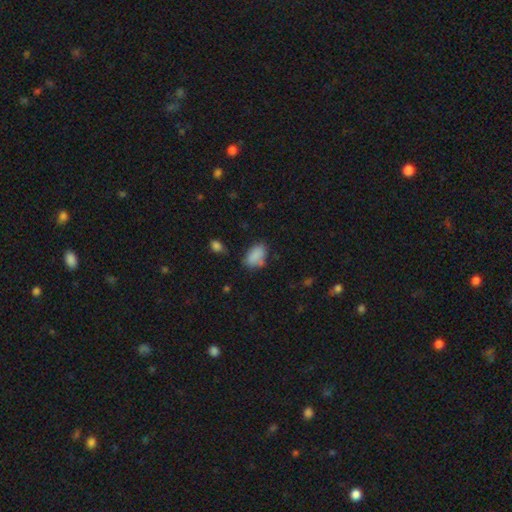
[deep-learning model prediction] smooth_or_featured: smooth (p=0.84) [alt: star or artifact p=0.09]
how_rounded: in between (p=0.87) [alt: round p=0.12]
merging: none (p=0.60) [alt: minor disturbance p=0.27]